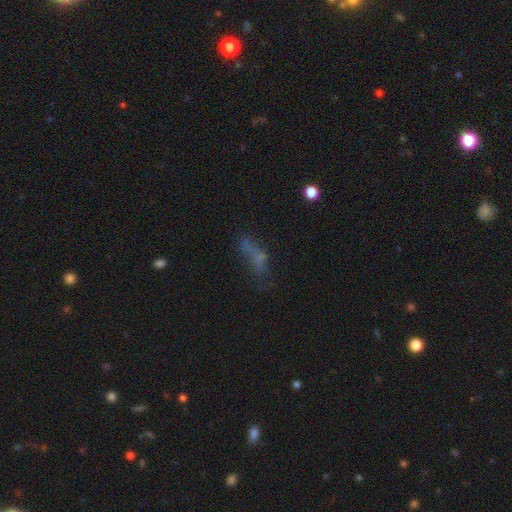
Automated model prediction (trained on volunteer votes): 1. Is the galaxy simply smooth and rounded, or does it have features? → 44% smooth, 32% featured or disk, 23% star or artifact.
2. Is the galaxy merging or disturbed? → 37% none, 28% major disturbance, 18% minor disturbance, 16% merger.